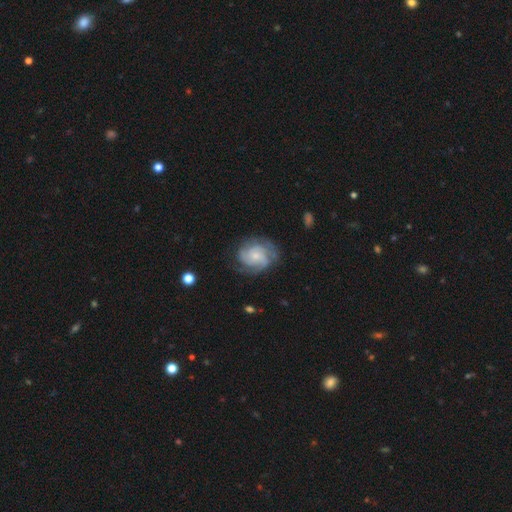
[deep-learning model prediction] A featured or disk galaxy (79%) with no bar (73%), 3 (32%) tight (54%) spiral arms (95%) and a small central bulge (66%). Merging: none (71%).